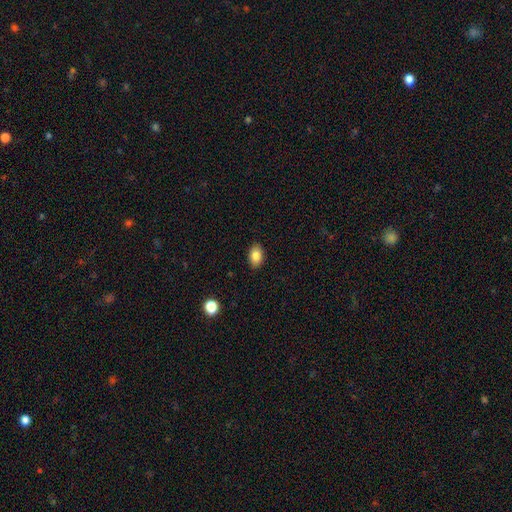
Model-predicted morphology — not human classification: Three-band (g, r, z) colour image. It shows a smooth galaxy with no disk features (83%) that is in between round and cigar-shaped (86%). Merging: none (89%).